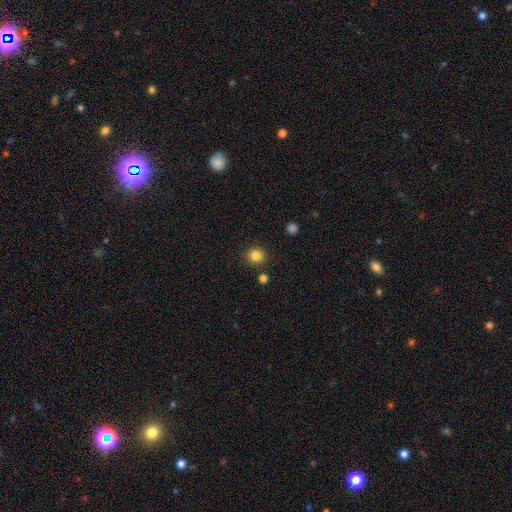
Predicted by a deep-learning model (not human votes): smooth_or_featured: smooth (p=0.84) [alt: star or artifact p=0.12]
how_rounded: round (p=0.89) [alt: in between p=0.10]
merging: none (p=0.87) [alt: minor disturbance p=0.07]